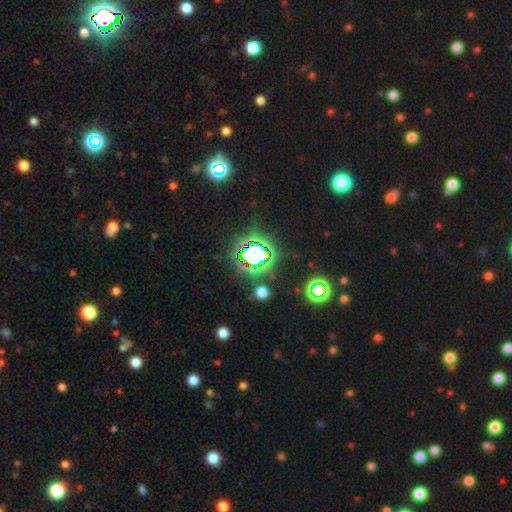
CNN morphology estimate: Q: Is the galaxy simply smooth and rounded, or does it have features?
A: star or artifact — 68%.